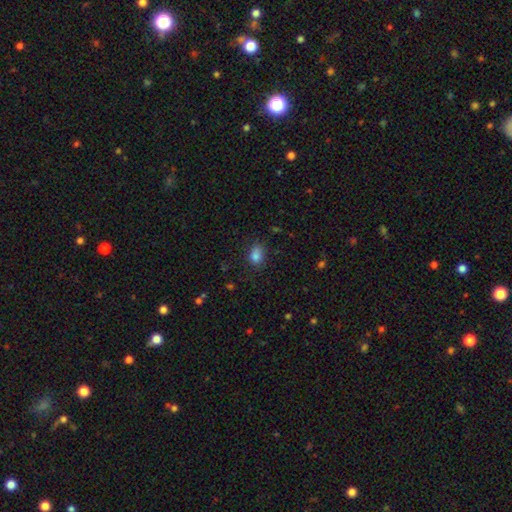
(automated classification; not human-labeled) Smooth or featured?
  - smooth: 82% *
  - star or artifact: 11%
  - featured or disk: 6%
How rounded?
  - in between: 71% *
  - round: 28%
  - cigar-shaped: 1%
Merging?
  - none: 69% *
  - minor disturbance: 23%
  - major disturbance: 6%
  - merger: 2%